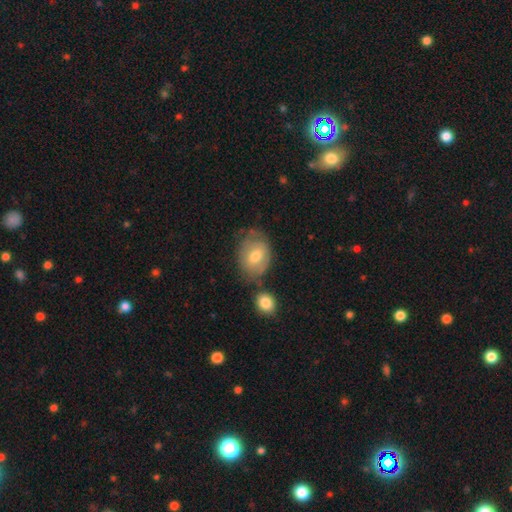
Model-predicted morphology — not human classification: Smooth or featured? Predicted: smooth (p=0.63). How rounded? Predicted: in between (p=0.63). Merging? Predicted: none (p=0.54).